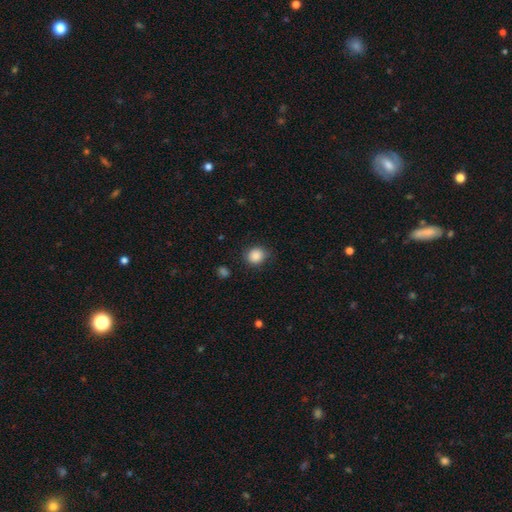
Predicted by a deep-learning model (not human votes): Smooth or featured?
  - smooth: 87% *
  - star or artifact: 9%
  - featured or disk: 4%
How rounded?
  - round: 79% *
  - in between: 20%
  - cigar-shaped: 1%
Merging?
  - none: 83% *
  - minor disturbance: 12%
  - major disturbance: 4%
  - merger: 2%